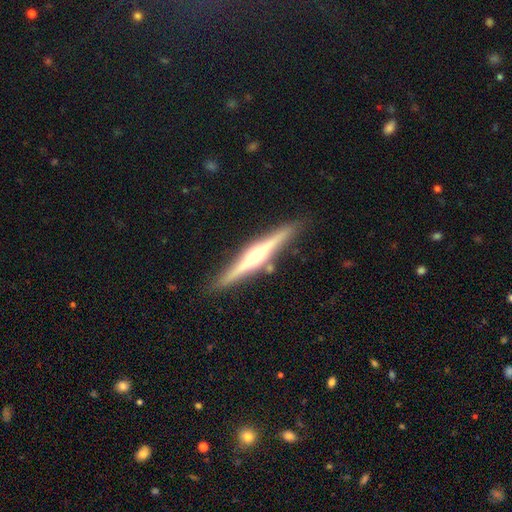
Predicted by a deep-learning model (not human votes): Smooth or featured? featured or disk (79%)
Edge-on disk? yes (98%)
Edge-on bulge? rounded (80%)
Merging? none (89%)